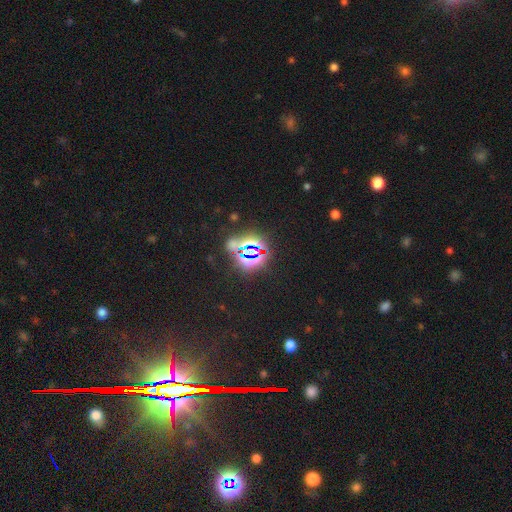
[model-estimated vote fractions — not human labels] smooth_or_featured: star or artifact (p=0.79) [alt: smooth p=0.13]